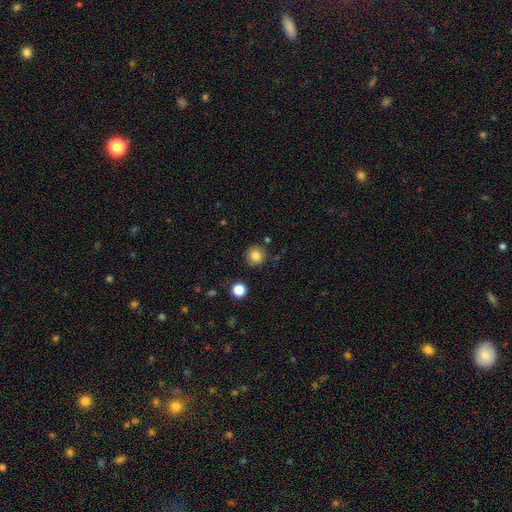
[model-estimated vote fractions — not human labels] This is clearly a smooth galaxy (83%). How rounded: clearly round (94%). Merging: clearly none (88%).